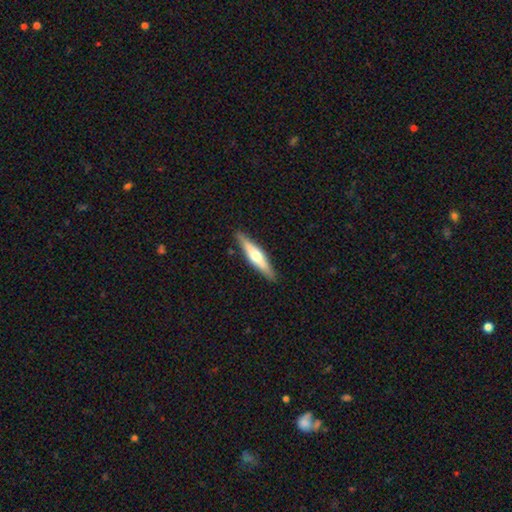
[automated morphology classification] A featured or disk galaxy (58%) viewed edge-on (94%) with a rounded central bulge (91%).

Vote fractions:
- Smooth or featured? featured or disk: 58% / smooth: 37% / star or artifact: 5%
- Edge-on disk? yes: 94% / no: 6%
- Edge-on bulge? rounded: 91% / boxy: 5% / none: 4%
- Merging? none: 89% / minor disturbance: 9% / major disturbance: 2% / merger: 1%